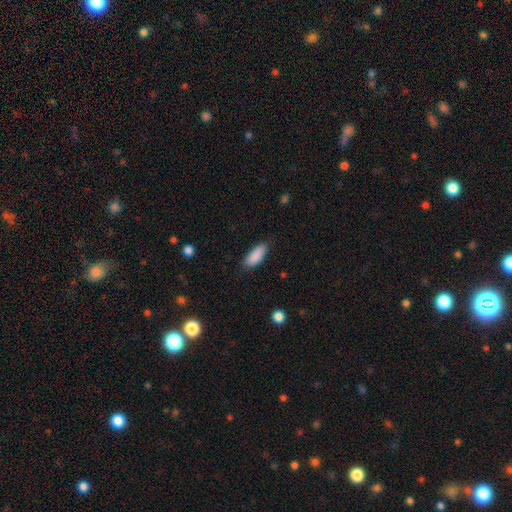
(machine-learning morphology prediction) Q: Smooth or featured?
A: smooth (89%); runner-up: star or artifact (6%)
Q: How rounded?
A: in between (73%); runner-up: cigar-shaped (25%)
Q: Merging?
A: none (83%); runner-up: minor disturbance (13%)